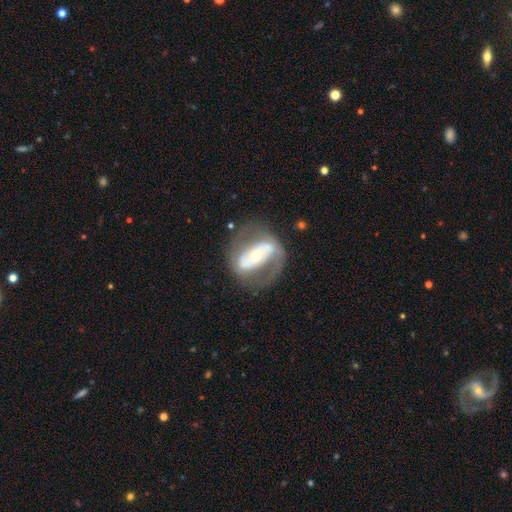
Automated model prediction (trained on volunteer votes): smooth_or_featured: featured or disk (p=0.78) [alt: smooth p=0.16]
disk_edge_on: no (p=0.94) [alt: yes p=0.06]
bar: strong (p=0.41) [alt: no p=0.38]
has_spiral_arms: yes (p=0.69) [alt: no p=0.31]
spiral_winding: medium (p=0.44) [alt: loose p=0.33]
spiral_arm_count: 2 (p=0.79) [alt: can't tell p=0.10]
bulge_size: small (p=0.53) [alt: moderate p=0.39]
merging: none (p=0.58) [alt: major disturbance p=0.23]